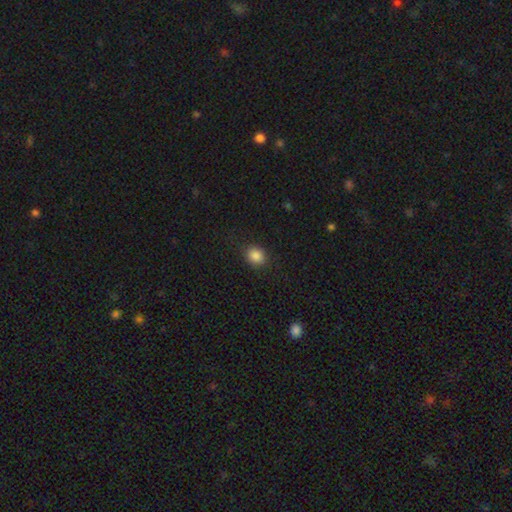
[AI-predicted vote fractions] smooth 86%, star or artifact 10%, featured or disk 4%. Down the decision tree: how rounded — round (64%); merging — none (87%).